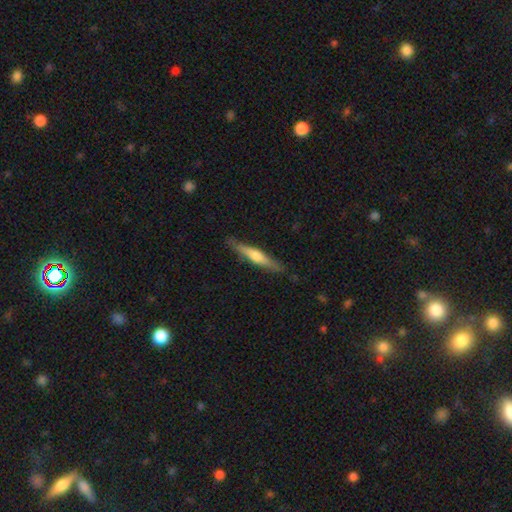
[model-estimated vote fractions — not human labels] smooth-or-featured: featured or disk: 54% | smooth: 41% | star or artifact: 5%
  disk-edge-on: yes: 96% | no: 4%
    edge-on-bulge: rounded: 75% | none: 13% | boxy: 11%
  merging: none: 84% | minor disturbance: 12% | major disturbance: 2% | merger: 1%